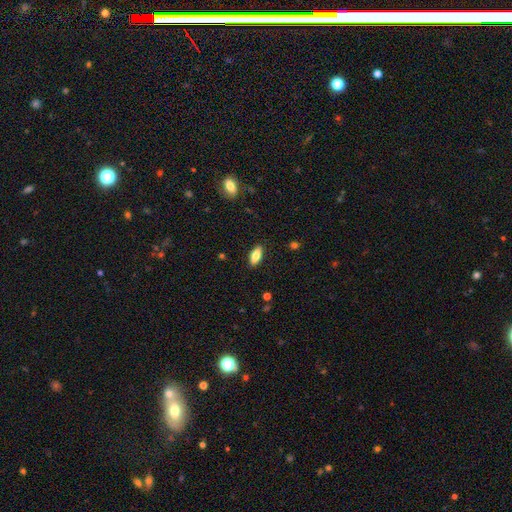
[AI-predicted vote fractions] A smooth galaxy with no disk features (76%) that is in between round and cigar-shaped (79%). Merging: none (88%).